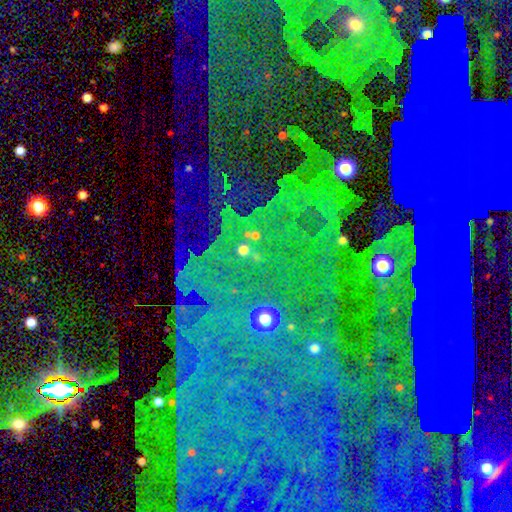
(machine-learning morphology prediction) Overall: star or artifact (79%).